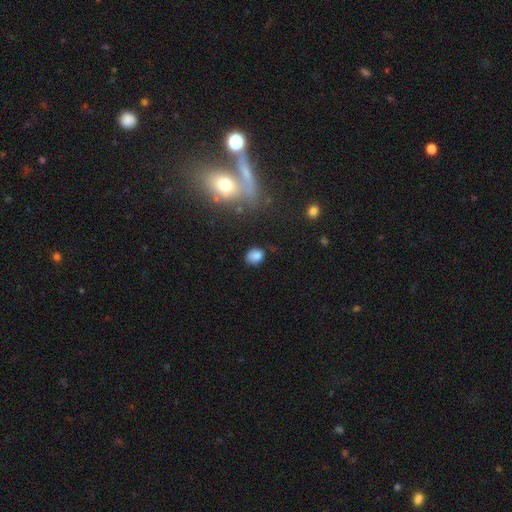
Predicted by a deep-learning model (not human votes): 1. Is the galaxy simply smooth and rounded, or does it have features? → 81% smooth, 12% star or artifact, 7% featured or disk.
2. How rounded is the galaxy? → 54% in between, 45% round, 1% cigar-shaped.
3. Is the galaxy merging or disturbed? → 71% none, 20% minor disturbance, 5% major disturbance, 3% merger.